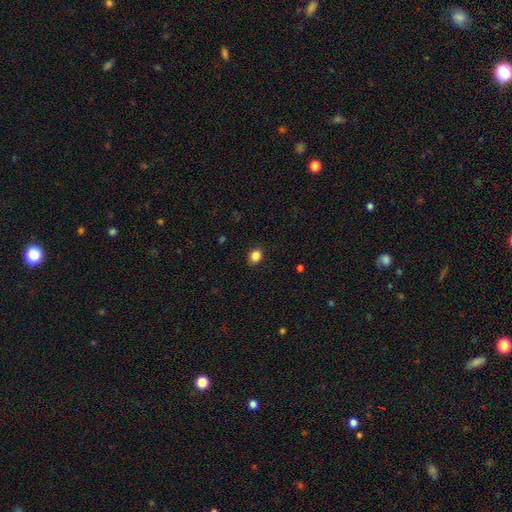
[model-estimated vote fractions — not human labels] Smooth or featured: smooth — 85% (star or artifact — 10%)
How rounded: round — 51% (in between — 48%)
Merging: none — 88% (minor disturbance — 9%)